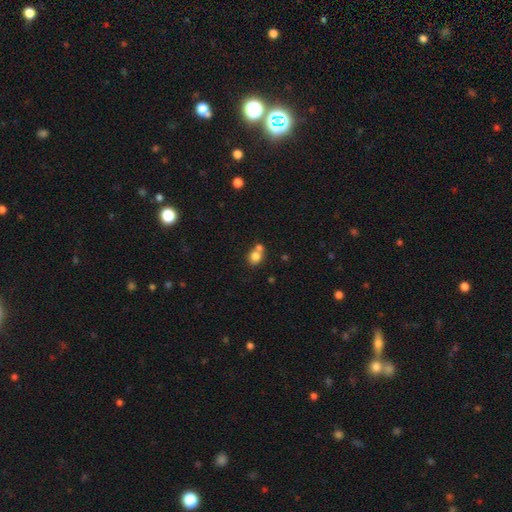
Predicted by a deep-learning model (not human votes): The model was most divided on "merging": merger: 45%, none: 44%, minor disturbance: 8%, major disturbance: 3%. More confident: smooth or featured — smooth (79%); how rounded — round (71%).